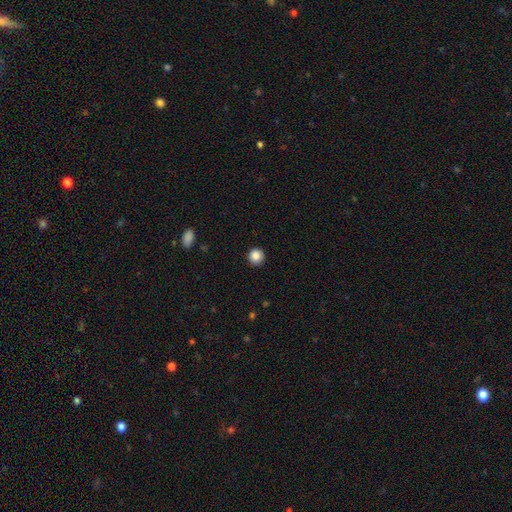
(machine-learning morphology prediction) Smooth or featured: smooth — 86% (star or artifact — 10%)
How rounded: round — 95% (in between — 4%)
Merging: none — 92% (minor disturbance — 6%)